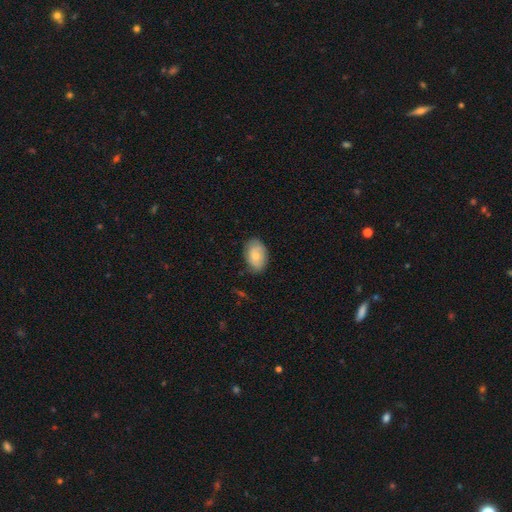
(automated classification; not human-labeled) A smooth galaxy with no disk features (71%) that is in between round and cigar-shaped (87%).

Vote fractions:
- Smooth or featured? smooth: 71% / featured or disk: 23% / star or artifact: 6%
- How rounded? in between: 87% / round: 11% / cigar-shaped: 1%
- Merging? none: 75% / minor disturbance: 20% / major disturbance: 4% / merger: 1%